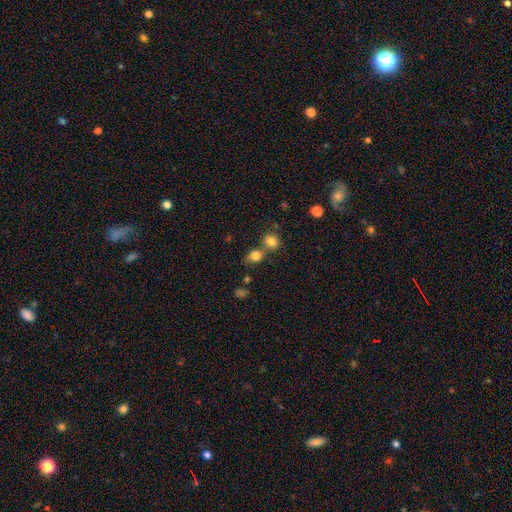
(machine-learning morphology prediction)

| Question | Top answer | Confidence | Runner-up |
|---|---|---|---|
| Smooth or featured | smooth | 80% | star or artifact (12%) |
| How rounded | round | 61% | in between (38%) |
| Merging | none | 47% | merger (38%) |